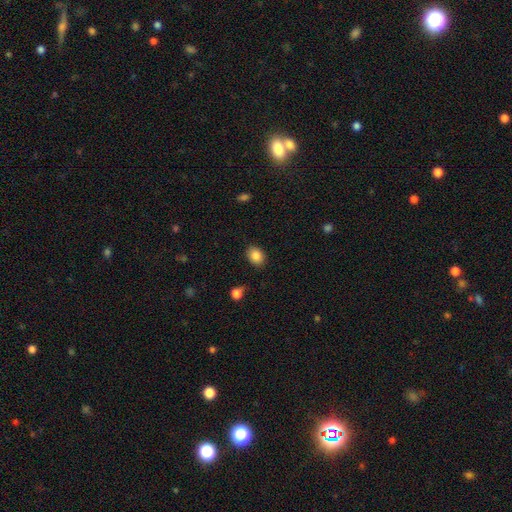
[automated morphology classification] This appears to be a smooth galaxy with no disk features (86%) that is in between round and cigar-shaped (60%). Merging: none (85%).